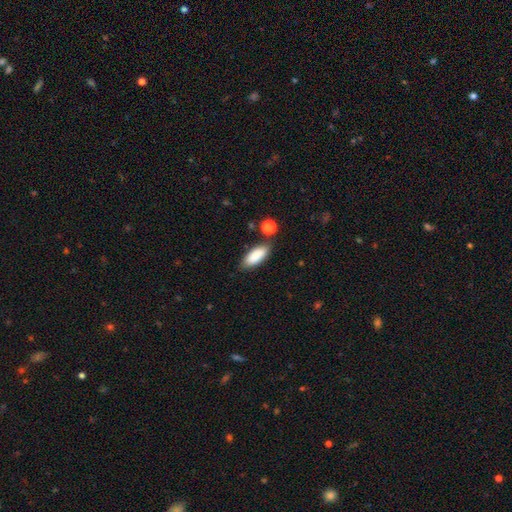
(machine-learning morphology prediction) Smooth or featured: smooth — 87% (star or artifact — 7%)
How rounded: in between — 77% (cigar-shaped — 20%)
Merging: none — 76% (minor disturbance — 15%)